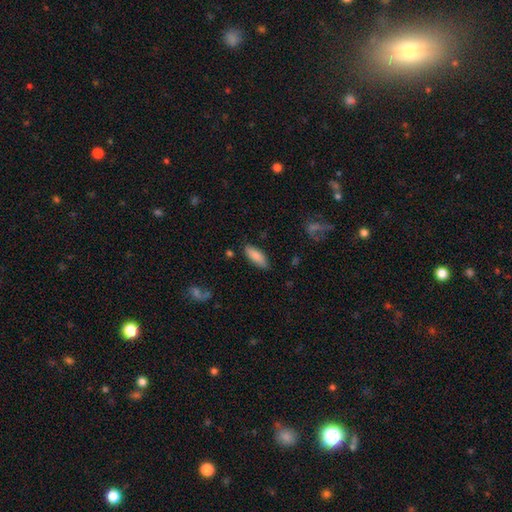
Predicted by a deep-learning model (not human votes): This appears to be a smooth galaxy with no disk features (85%) that is in between round and cigar-shaped (73%). Merging: none (82%).